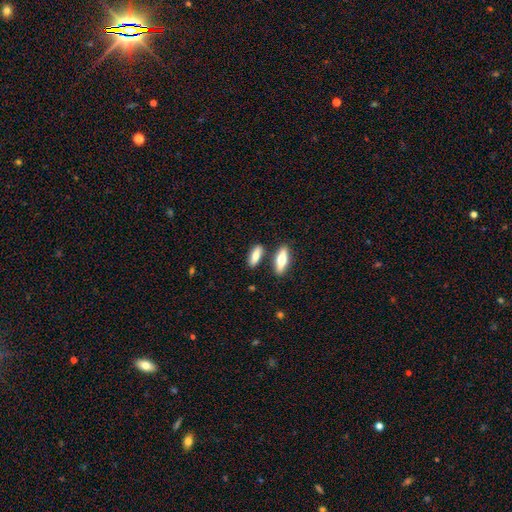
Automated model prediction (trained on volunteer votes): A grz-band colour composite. It shows a smooth galaxy with no disk features (76%) that is in between round and cigar-shaped (61%). Merging: none (72%).